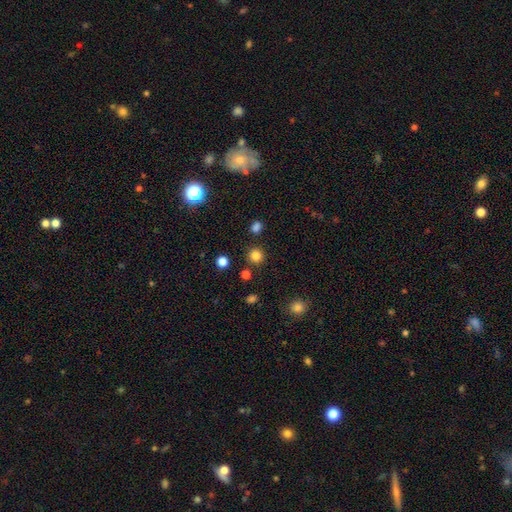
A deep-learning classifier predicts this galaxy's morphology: Smooth or featured? Predicted: smooth (p=0.81). How rounded? Predicted: round (p=0.93). Merging? Predicted: none (p=0.87).